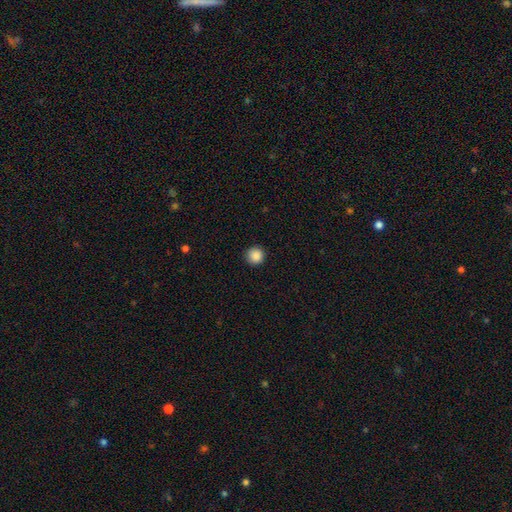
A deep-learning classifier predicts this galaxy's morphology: Overall: smooth (88%). How rounded: round (96%). Merging: none (92%).